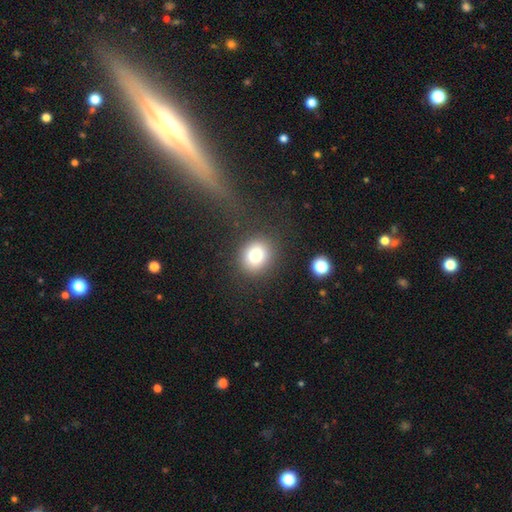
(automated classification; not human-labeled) Q: Smooth or featured?
A: smooth (78%); runner-up: star or artifact (12%)
Q: How rounded?
A: round (75%); runner-up: in between (24%)
Q: Merging?
A: none (84%); runner-up: minor disturbance (9%)